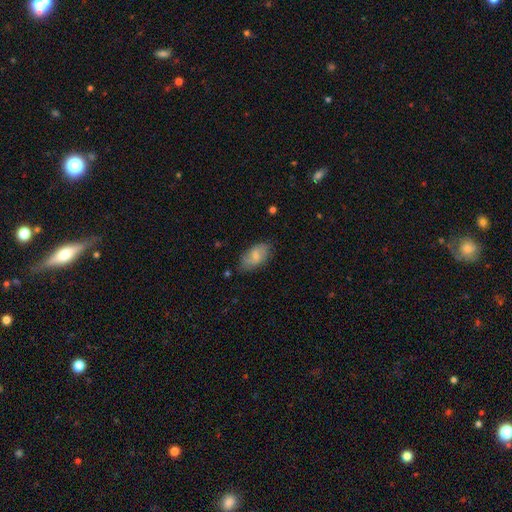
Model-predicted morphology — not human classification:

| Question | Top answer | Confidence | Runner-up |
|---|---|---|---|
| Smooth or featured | smooth | 72% | featured or disk (21%) |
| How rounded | in between | 93% | round (4%) |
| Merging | none | 75% | minor disturbance (20%) |